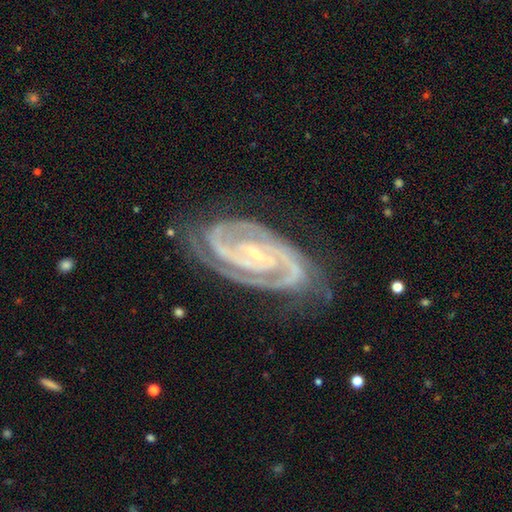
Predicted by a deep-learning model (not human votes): smooth_or_featured: featured or disk (p=0.93) [alt: star or artifact p=0.05]
disk_edge_on: no (p=0.97) [alt: yes p=0.03]
bar: no (p=0.36) [alt: weak p=0.33]
has_spiral_arms: yes (p=0.99) [alt: no p=0.01]
spiral_winding: tight (p=0.75) [alt: medium p=0.22]
spiral_arm_count: 2 (p=0.75) [alt: 3 p=0.13]
bulge_size: small (p=0.82) [alt: moderate p=0.13]
merging: none (p=0.77) [alt: minor disturbance p=0.16]